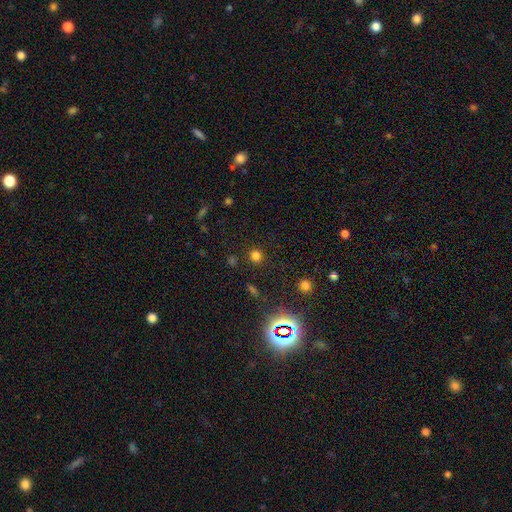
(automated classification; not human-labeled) smooth 73%, star or artifact 22%, featured or disk 5%. Down the decision tree: how rounded — round (91%); merging — none (88%).